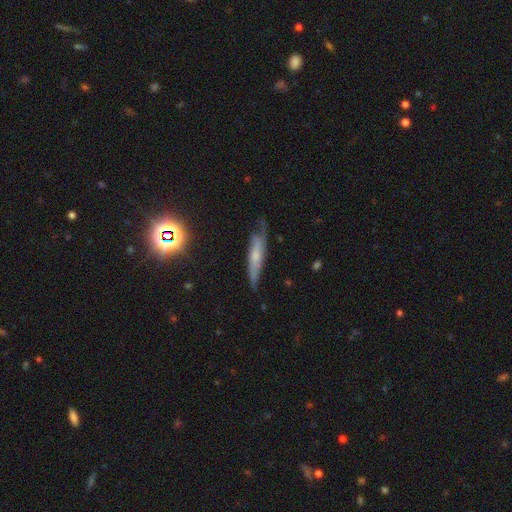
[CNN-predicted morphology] A featured or disk galaxy (53%) viewed edge-on (57%).

Vote fractions:
- Smooth or featured? featured or disk: 53% / smooth: 35% / star or artifact: 11%
- Edge-on disk? yes: 57% / no: 43%
- Merging? none: 60% / minor disturbance: 28% / major disturbance: 9% / merger: 2%